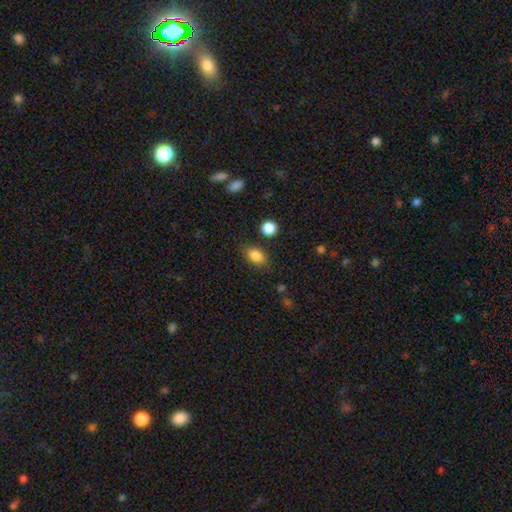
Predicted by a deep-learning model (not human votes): Overall: smooth (86%). How rounded: in between (79%). Merging: none (78%).